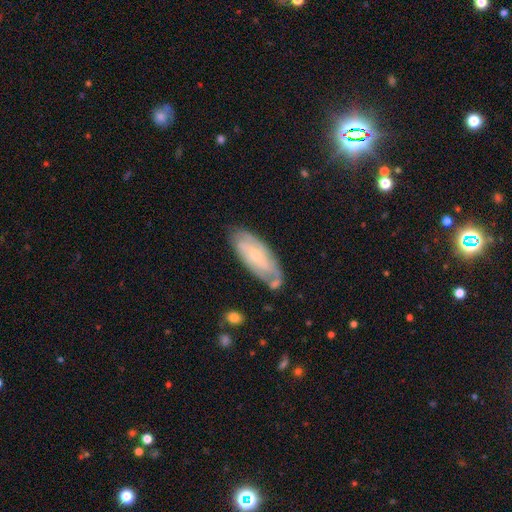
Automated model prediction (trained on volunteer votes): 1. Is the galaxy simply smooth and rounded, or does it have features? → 63% featured or disk, 31% smooth, 6% star or artifact.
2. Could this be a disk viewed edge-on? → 87% no, 13% yes.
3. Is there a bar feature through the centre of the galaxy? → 58% no, 33% weak, 9% strong.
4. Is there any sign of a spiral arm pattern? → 83% yes, 17% no.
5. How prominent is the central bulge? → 72% small, 23% moderate, 3% none, 1% large, 1% dominant.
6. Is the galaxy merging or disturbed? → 69% none, 21% minor disturbance, 5% major disturbance, 5% merger.